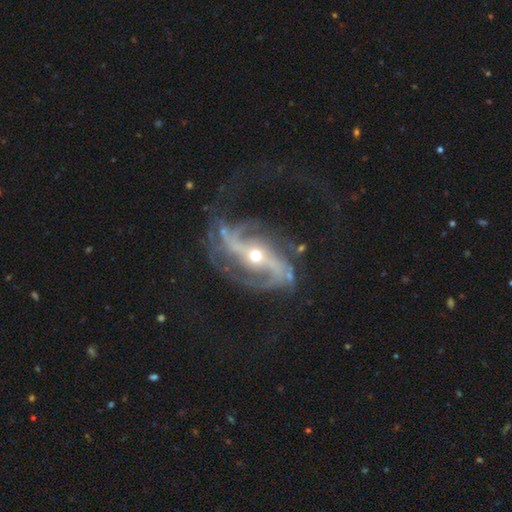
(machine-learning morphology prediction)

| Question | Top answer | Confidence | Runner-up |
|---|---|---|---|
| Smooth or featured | featured or disk | 90% | star or artifact (6%) |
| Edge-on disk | no | 97% | yes (3%) |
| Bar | strong | 43% | no (29%) |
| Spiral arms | yes | 96% | no (4%) |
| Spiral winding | loose | 48% | medium (38%) |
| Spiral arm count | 2 | 82% | 3 (5%) |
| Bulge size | small | 50% | moderate (46%) |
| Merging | none | 63% | minor disturbance (18%) |